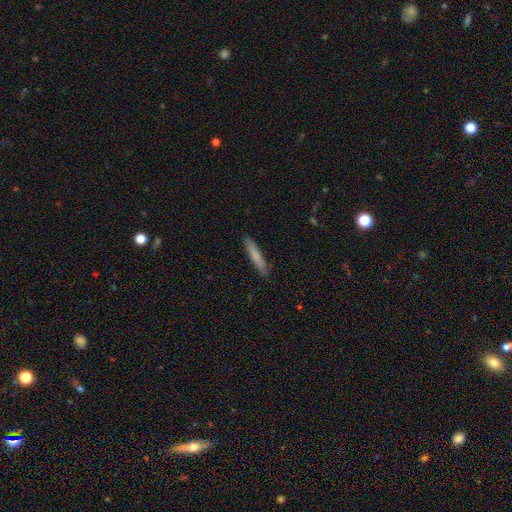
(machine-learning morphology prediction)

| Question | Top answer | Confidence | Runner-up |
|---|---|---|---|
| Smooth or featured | smooth | 78% | featured or disk (17%) |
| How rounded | cigar-shaped | 91% | in between (8%) |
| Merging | none | 90% | minor disturbance (8%) |